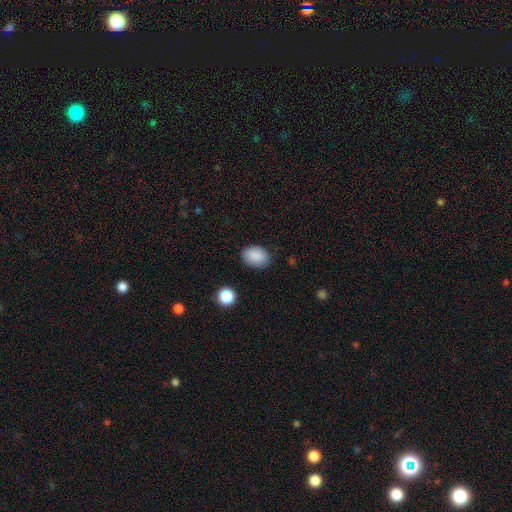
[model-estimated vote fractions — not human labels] Q: Smooth or featured?
A: smooth (88%); runner-up: star or artifact (8%)
Q: How rounded?
A: in between (79%); runner-up: round (20%)
Q: Merging?
A: none (82%); runner-up: minor disturbance (13%)